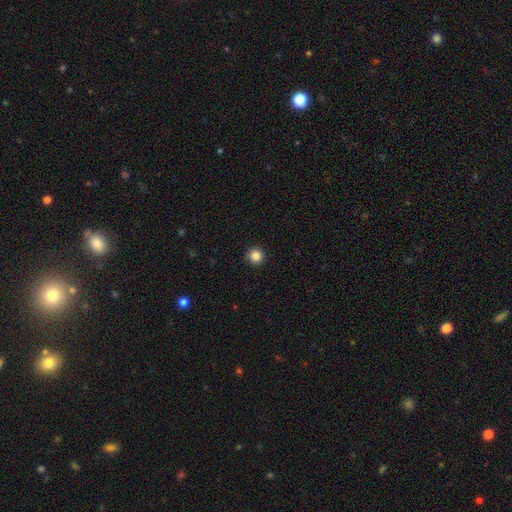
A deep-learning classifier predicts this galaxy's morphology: smooth 85%, star or artifact 11%, featured or disk 4%. Down the decision tree: how rounded — round (96%); merging — none (91%).